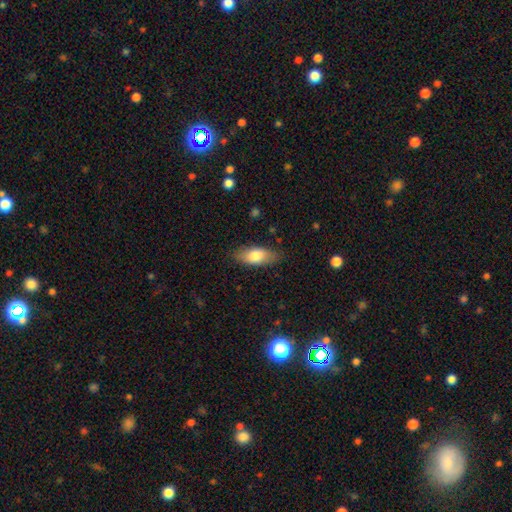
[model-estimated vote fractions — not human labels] A smooth galaxy with no disk features (76%) that is in between round and cigar-shaped (82%). Merging: none (84%).